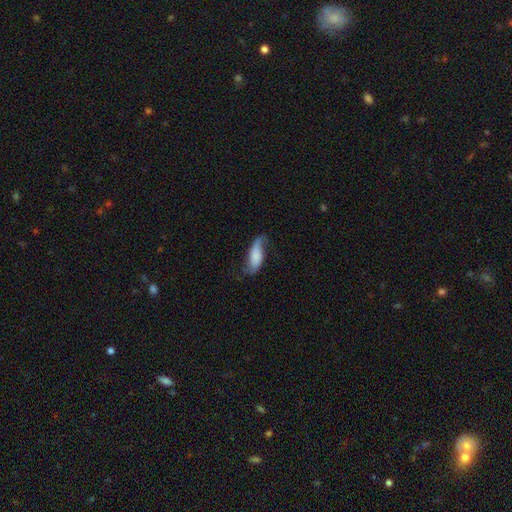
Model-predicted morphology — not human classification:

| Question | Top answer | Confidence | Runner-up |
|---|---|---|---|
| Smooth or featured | smooth | 48% | featured or disk (45%) |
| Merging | none | 56% | minor disturbance (28%) |